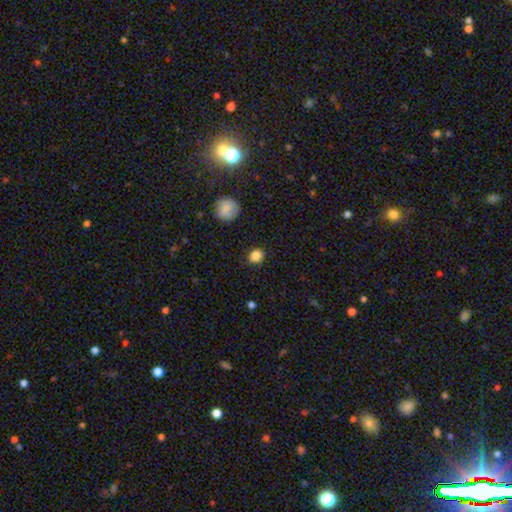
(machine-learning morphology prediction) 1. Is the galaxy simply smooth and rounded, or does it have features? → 85% smooth, 11% star or artifact, 4% featured or disk.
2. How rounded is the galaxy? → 82% round, 17% in between, 1% cigar-shaped.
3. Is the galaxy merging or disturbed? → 88% none, 8% minor disturbance, 2% major disturbance, 1% merger.